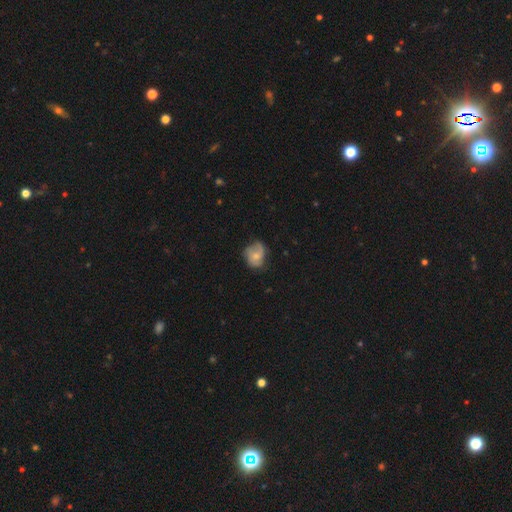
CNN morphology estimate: This appears to be a smooth galaxy with no disk features (50%). Merging: none (53%).